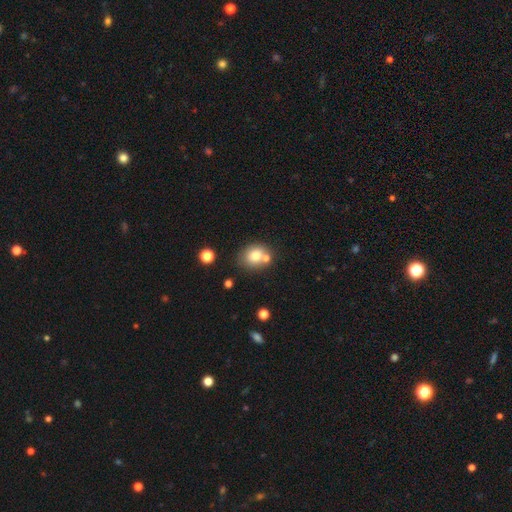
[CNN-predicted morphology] A smooth galaxy with no disk features (76%) that is round (69%).

Vote fractions:
- Smooth or featured? smooth: 76% / featured or disk: 13% / star or artifact: 11%
- How rounded? round: 69% / in between: 30% / cigar-shaped: 1%
- Merging? none: 62% / merger: 22% / minor disturbance: 12% / major disturbance: 4%